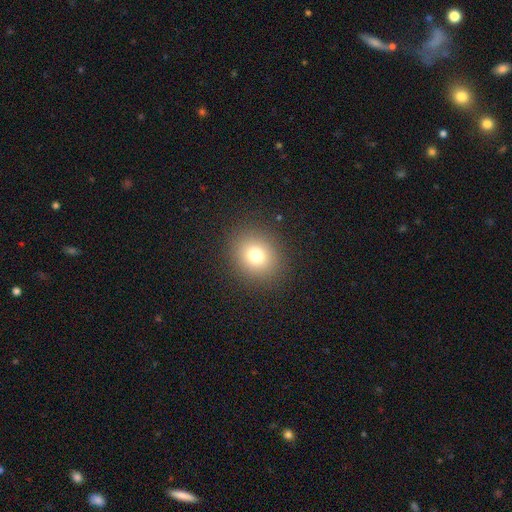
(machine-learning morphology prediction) A smooth galaxy with no disk features (75%) that is round (75%).

Vote fractions:
- Smooth or featured? smooth: 75% / star or artifact: 15% / featured or disk: 9%
- How rounded? round: 75% / in between: 25% / cigar-shaped: 1%
- Merging? none: 89% / minor disturbance: 6% / major disturbance: 3% / merger: 1%